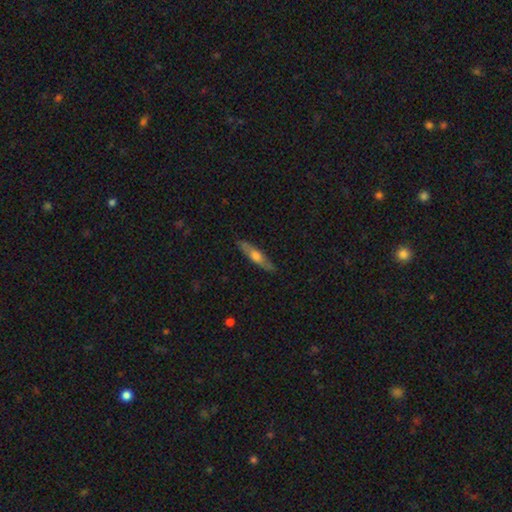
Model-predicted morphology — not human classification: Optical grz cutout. It shows a smooth galaxy with no disk features (47%, tied with featured or disk). Merging: none (86%).